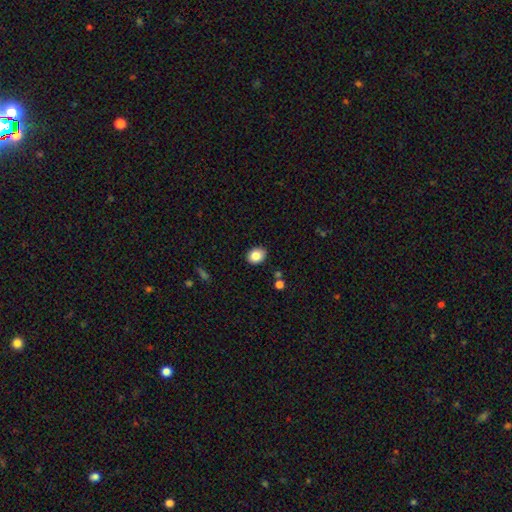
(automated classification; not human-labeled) Q: Smooth or featured?
A: smooth (84%); runner-up: star or artifact (9%)
Q: How rounded?
A: in between (53%); runner-up: round (46%)
Q: Merging?
A: none (87%); runner-up: minor disturbance (9%)